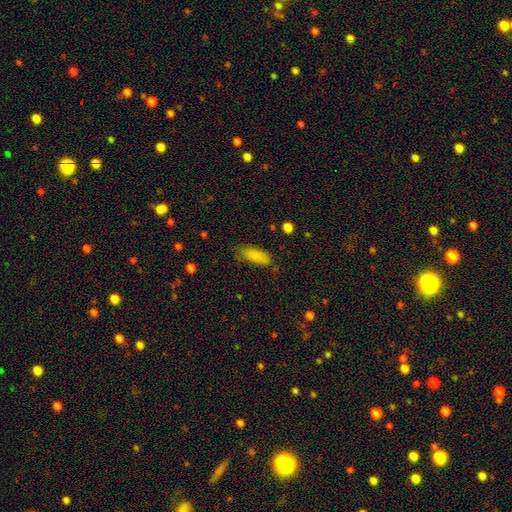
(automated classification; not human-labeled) smooth_or_featured: smooth (p=0.85) [alt: star or artifact p=0.08]
how_rounded: in between (p=0.71) [alt: cigar-shaped p=0.27]
merging: none (p=0.68) [alt: minor disturbance p=0.23]